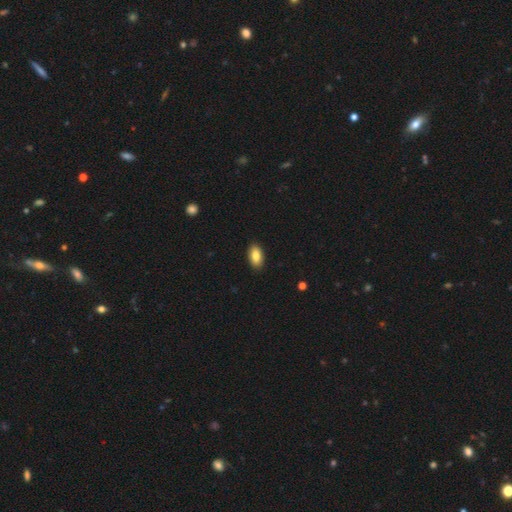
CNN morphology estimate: Smooth or featured?
  - smooth: 85% *
  - featured or disk: 8%
  - star or artifact: 7%
How rounded?
  - in between: 93% *
  - round: 4%
  - cigar-shaped: 3%
Merging?
  - none: 90% *
  - minor disturbance: 8%
  - major disturbance: 2%
  - merger: 1%